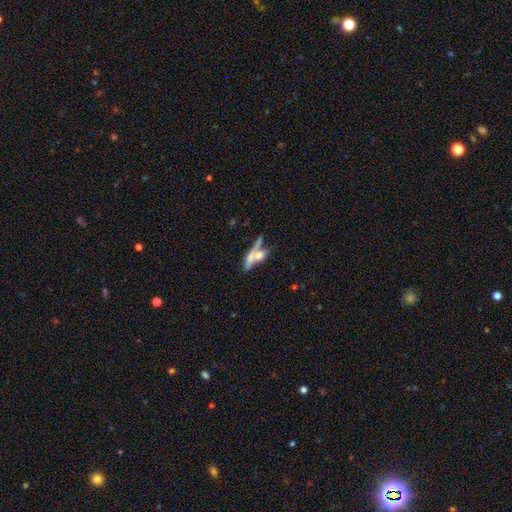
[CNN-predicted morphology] Smooth or featured: smooth — 52% (featured or disk — 39%)
How rounded: cigar-shaped — 55% (in between — 37%)
Merging: merger — 51% (none — 30%)